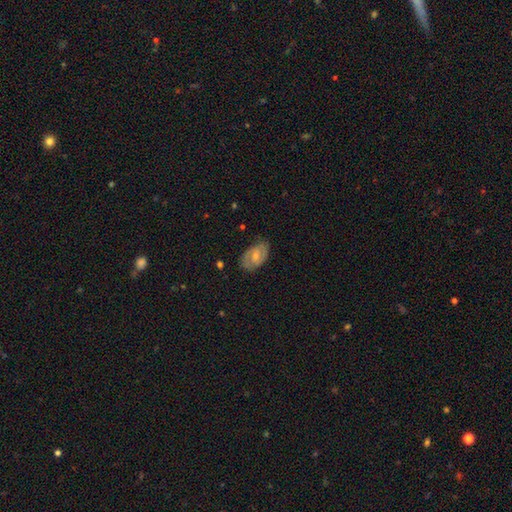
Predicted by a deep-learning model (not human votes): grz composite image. It shows a featured or disk galaxy (66%) with a weak bar (50%), 2 (81%) medium (46%) spiral arms (86%) and a small central bulge (50%). Merging: none (77%).